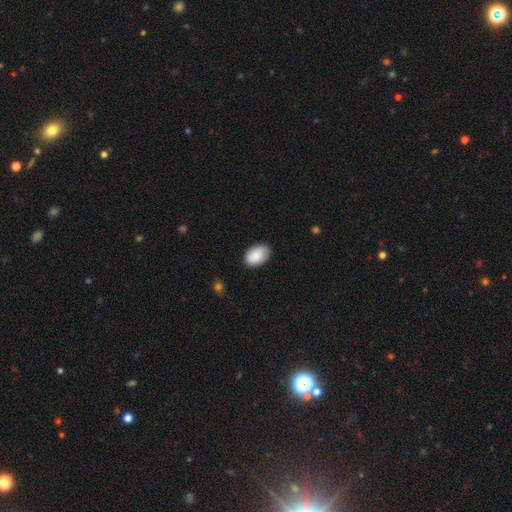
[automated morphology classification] This appears to be a smooth galaxy with no disk features (82%) that is in between round and cigar-shaped (89%). Merging: none (82%).